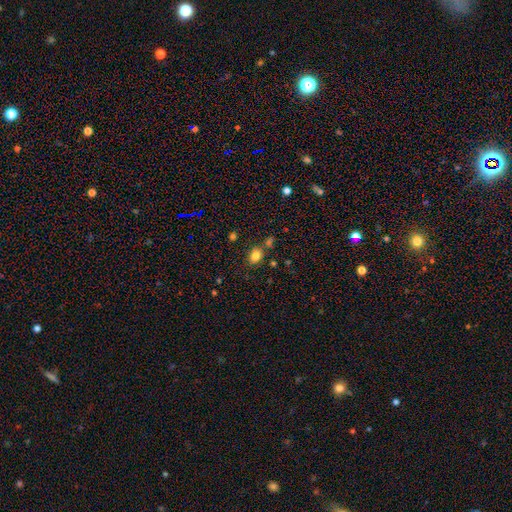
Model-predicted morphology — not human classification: This appears to be a smooth galaxy with no disk features (81%) that is in between round and cigar-shaped (57%). Merging: none (74%).